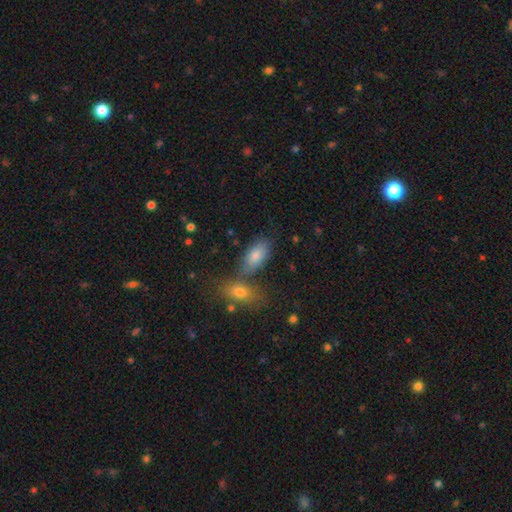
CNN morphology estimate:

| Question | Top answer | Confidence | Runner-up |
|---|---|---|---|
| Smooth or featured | smooth | 82% | featured or disk (10%) |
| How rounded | in between | 91% | cigar-shaped (5%) |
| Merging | none | 59% | merger (22%) |